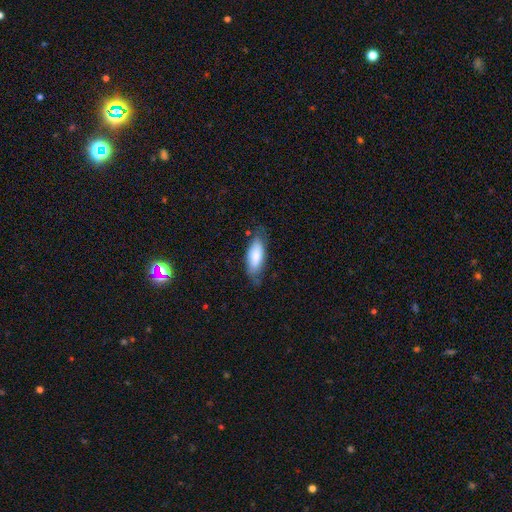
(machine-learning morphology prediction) Overall: smooth (76%). How rounded: in between (75%). Merging: none (67%).